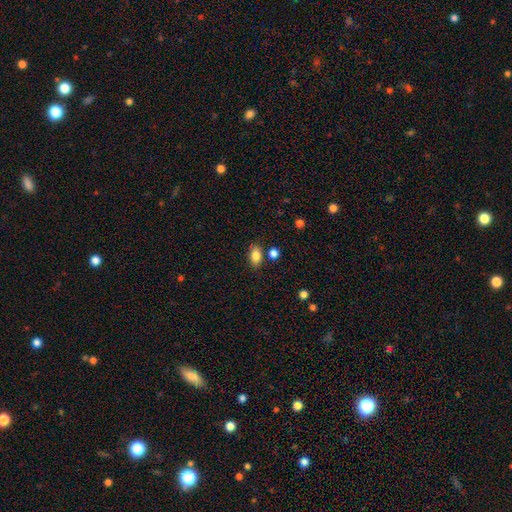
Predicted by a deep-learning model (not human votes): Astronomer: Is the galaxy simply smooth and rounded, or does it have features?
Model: smooth — 84%.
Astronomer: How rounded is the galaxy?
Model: in between — 87%.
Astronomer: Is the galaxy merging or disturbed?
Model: none — 80%.